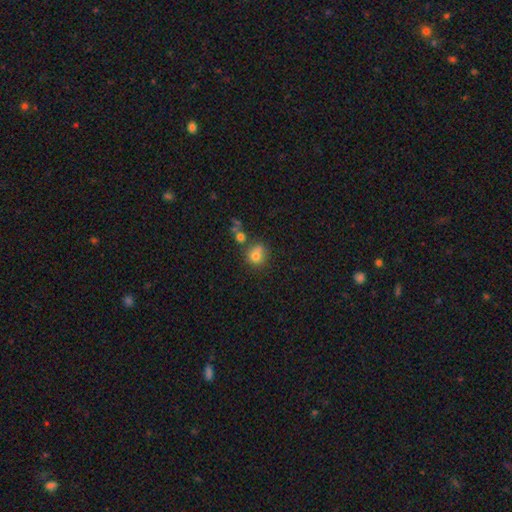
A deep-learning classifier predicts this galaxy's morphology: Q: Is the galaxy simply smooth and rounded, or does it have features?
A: smooth — 76%.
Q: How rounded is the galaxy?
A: round — 81%.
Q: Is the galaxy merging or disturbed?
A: none — 55%.